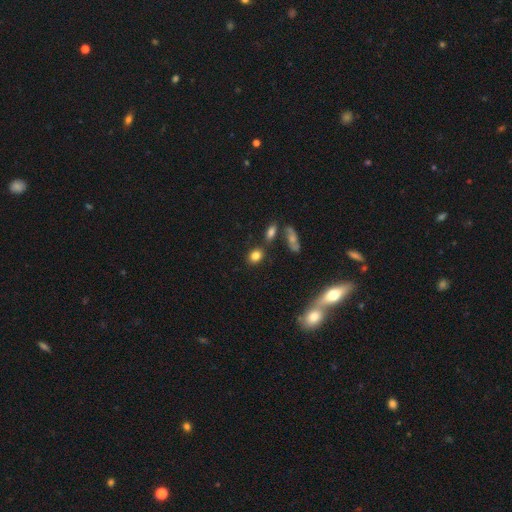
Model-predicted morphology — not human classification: This is clearly a smooth galaxy (82%). How rounded: possibly round (50%). Merging: likely none (78%).